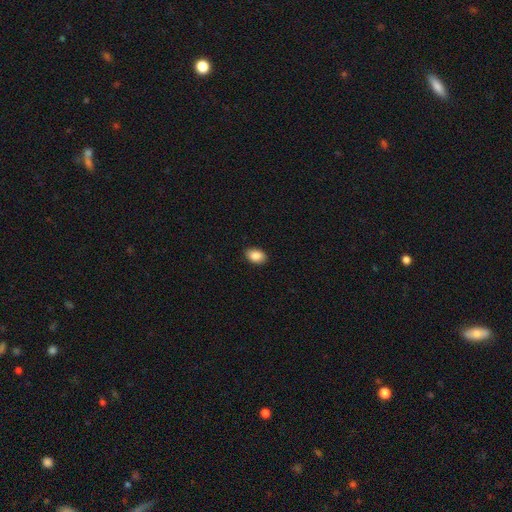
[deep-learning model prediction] Smooth or featured?
  - smooth: 89% *
  - star or artifact: 7%
  - featured or disk: 4%
How rounded?
  - in between: 88% *
  - round: 10%
  - cigar-shaped: 1%
Merging?
  - none: 89% *
  - minor disturbance: 9%
  - major disturbance: 2%
  - merger: 1%